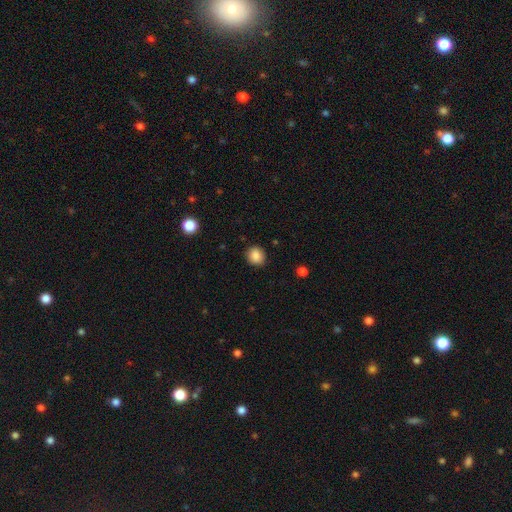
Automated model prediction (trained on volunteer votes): This appears to be a smooth galaxy with no disk features (87%) that is round (78%). Merging: none (89%).